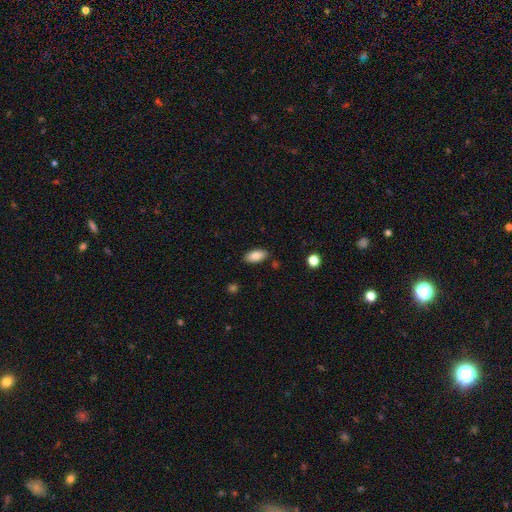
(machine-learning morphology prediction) Smooth or featured: smooth — 87% (star or artifact — 7%)
How rounded: in between — 92% (cigar-shaped — 6%)
Merging: none — 86% (minor disturbance — 10%)